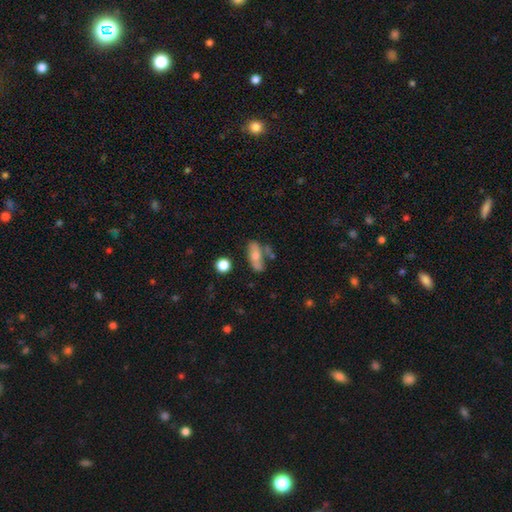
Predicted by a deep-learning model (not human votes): Smooth or featured?
  - smooth: 58% *
  - featured or disk: 34%
  - star or artifact: 8%
How rounded?
  - in between: 73% *
  - cigar-shaped: 21%
  - round: 6%
Merging?
  - none: 54% *
  - minor disturbance: 22%
  - merger: 15%
  - major disturbance: 9%